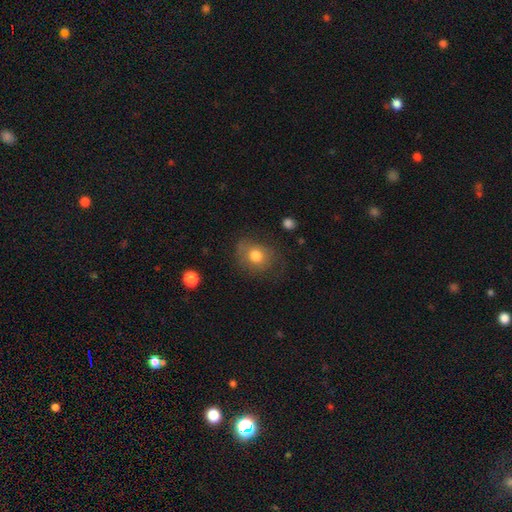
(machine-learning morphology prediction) smooth-or-featured: smooth: 74% | featured or disk: 17% | star or artifact: 10%
  how-rounded: round: 60% | in between: 39% | cigar-shaped: 1%
  merging: none: 59% | minor disturbance: 24% | major disturbance: 15% | merger: 2%